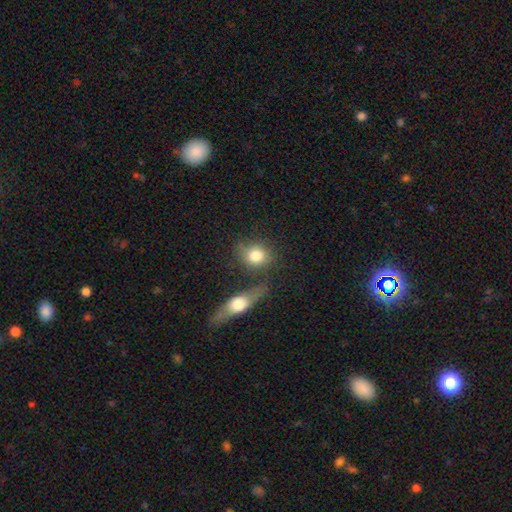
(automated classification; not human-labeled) Smooth or featured? smooth (77%)
How rounded? round (66%)
Merging? none (61%)